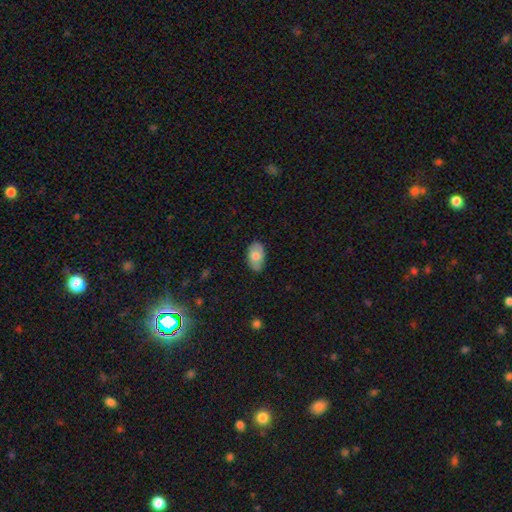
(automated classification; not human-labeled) This appears to be a smooth galaxy with no disk features (72%) that is in between round and cigar-shaped (92%). Merging: none (77%).